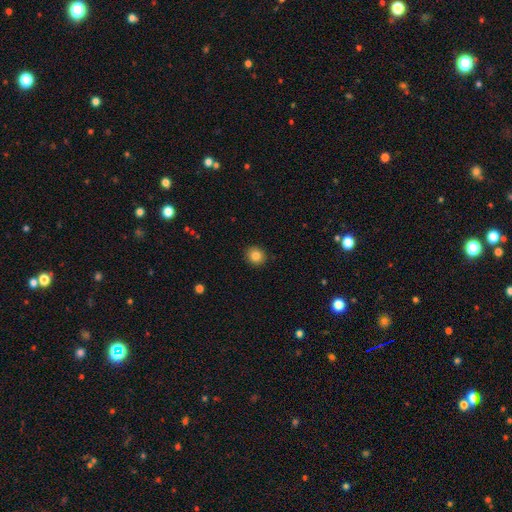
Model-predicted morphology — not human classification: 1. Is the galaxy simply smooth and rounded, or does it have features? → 83% smooth, 10% star or artifact, 6% featured or disk.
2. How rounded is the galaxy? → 85% round, 14% in between, 1% cigar-shaped.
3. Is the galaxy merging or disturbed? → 91% none, 6% minor disturbance, 2% major disturbance, 1% merger.